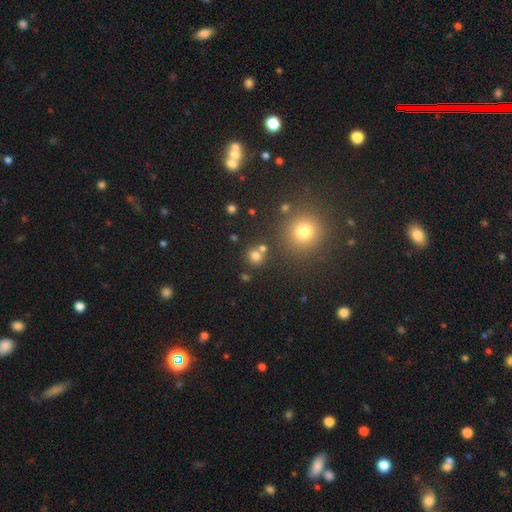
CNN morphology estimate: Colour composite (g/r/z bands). It shows a smooth galaxy with no disk features (75%) that is round (91%). Merging: none (74%).